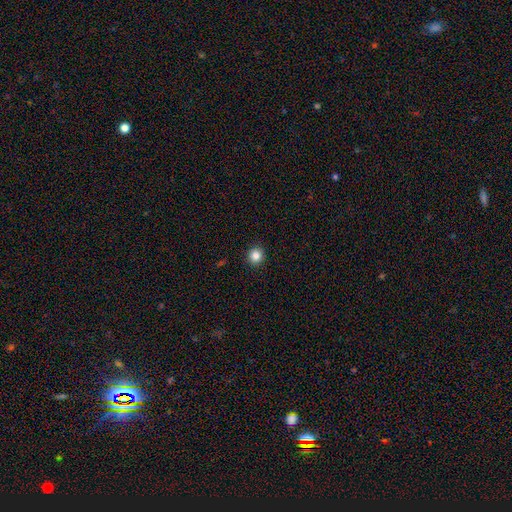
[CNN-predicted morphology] smooth_or_featured: smooth (p=0.85) [alt: star or artifact p=0.11]
how_rounded: round (p=0.92) [alt: in between p=0.07]
merging: none (p=0.93) [alt: minor disturbance p=0.05]